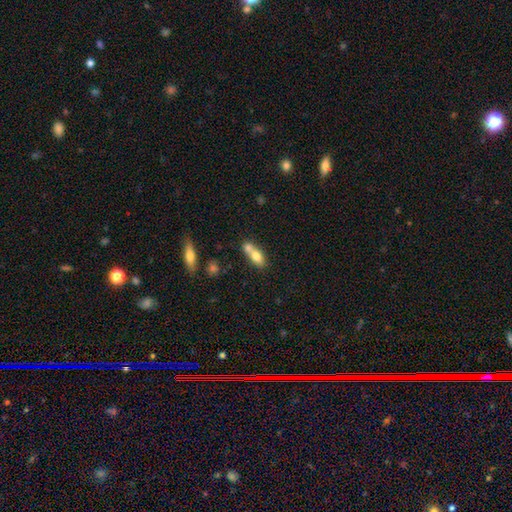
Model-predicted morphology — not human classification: This appears to be a smooth galaxy with no disk features (72%) that is in between round and cigar-shaped (74%). Merging: merger (62%).